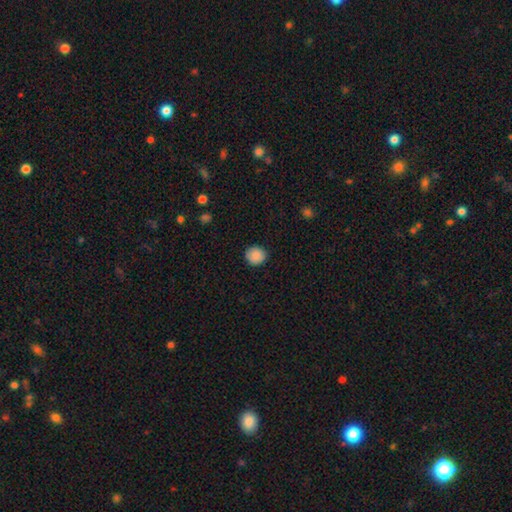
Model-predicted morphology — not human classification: The model was most divided on "smooth or featured": smooth: 88%, star or artifact: 8%, featured or disk: 3%. More confident: how rounded — round (91%); merging — none (89%).